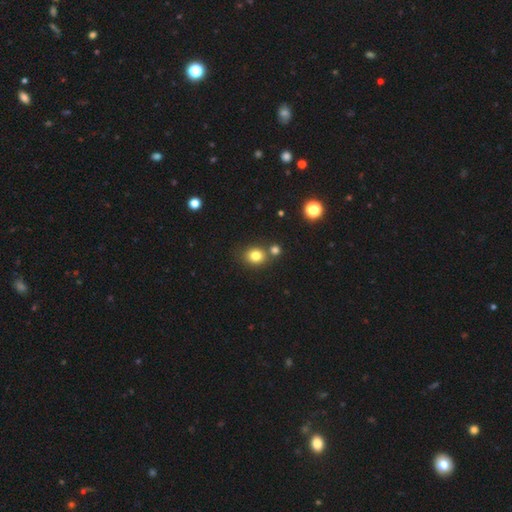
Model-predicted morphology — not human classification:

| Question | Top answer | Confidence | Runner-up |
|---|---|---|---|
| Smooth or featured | smooth | 80% | star or artifact (12%) |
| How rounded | round | 67% | in between (32%) |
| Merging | none | 67% | merger (20%) |